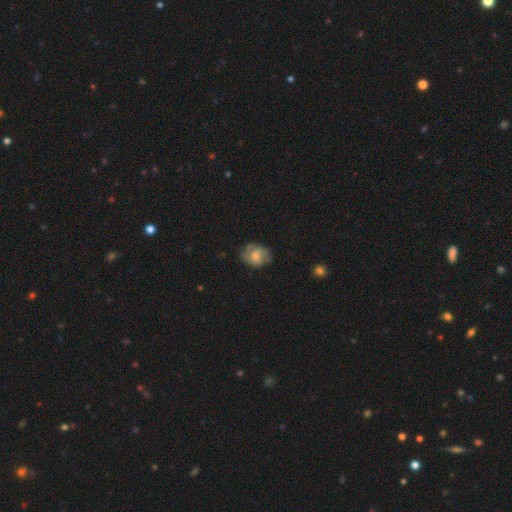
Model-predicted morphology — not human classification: type=smooth (62%); roundness=in between (54%); merging=none (69%).